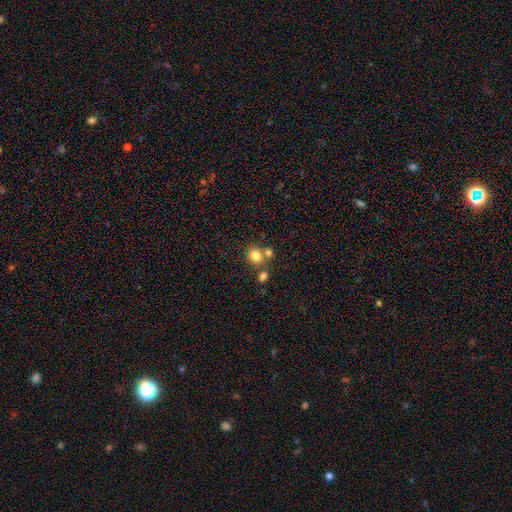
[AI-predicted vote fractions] A smooth galaxy with no disk features (80%) that is round (63%). Merging: none (56%).